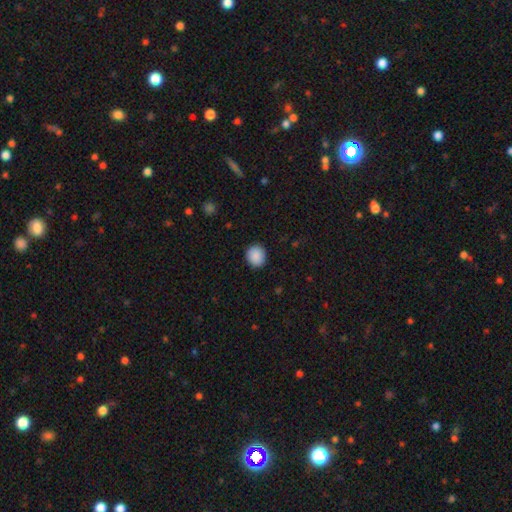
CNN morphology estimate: Smooth or featured? Predicted: smooth (p=0.90). How rounded? Predicted: round (p=0.82). Merging? Predicted: none (p=0.90).